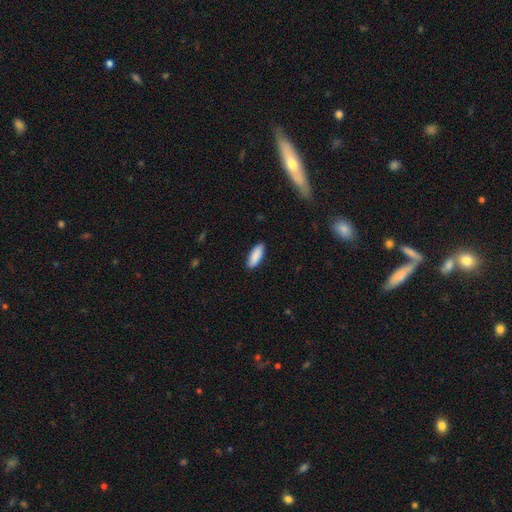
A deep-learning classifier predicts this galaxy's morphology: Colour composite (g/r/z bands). It shows a smooth galaxy with no disk features (89%) that is in between round and cigar-shaped (70%). Merging: none (88%).